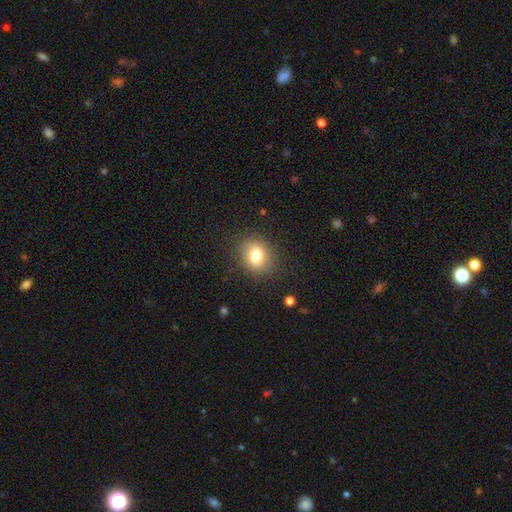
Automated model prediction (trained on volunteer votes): smooth-or-featured: smooth: 79% | star or artifact: 11% | featured or disk: 10%
  how-rounded: round: 58% | in between: 41% | cigar-shaped: 1%
  merging: none: 86% | minor disturbance: 10% | major disturbance: 3% | merger: 1%